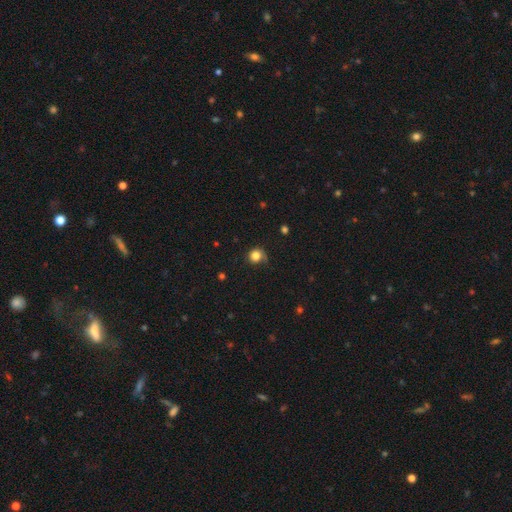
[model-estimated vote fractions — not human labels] Smooth or featured? Predicted: smooth (p=0.82). How rounded? Predicted: round (p=0.89). Merging? Predicted: none (p=0.70).